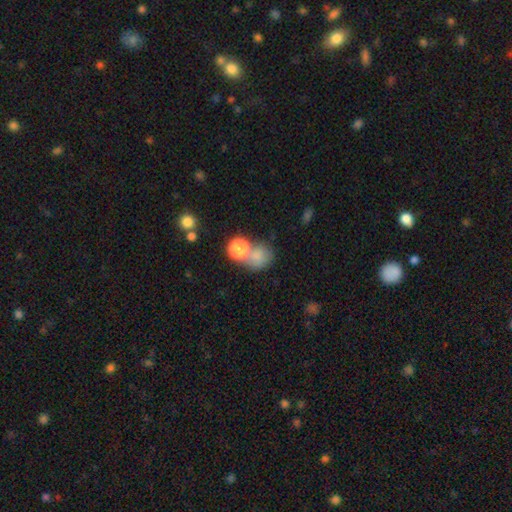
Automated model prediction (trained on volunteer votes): Smooth or featured?
  - smooth: 75% *
  - star or artifact: 14%
  - featured or disk: 11%
How rounded?
  - round: 71% *
  - in between: 28%
  - cigar-shaped: 1%
Merging?
  - none: 39% *
  - merger: 38%
  - minor disturbance: 13%
  - major disturbance: 10%